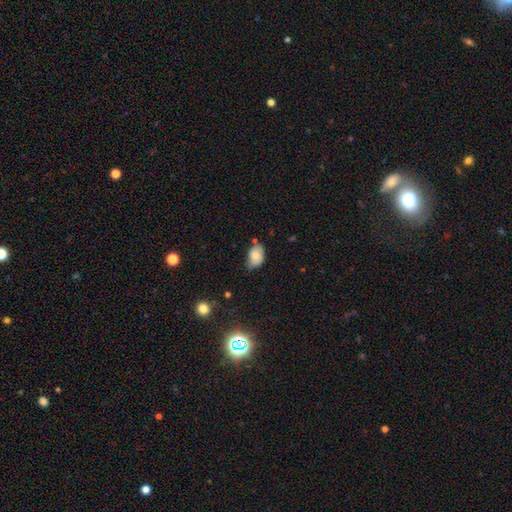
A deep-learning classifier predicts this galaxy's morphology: Overall: smooth (76%). How rounded: in between (86%). Merging: none (48%; minor disturbance 40%).